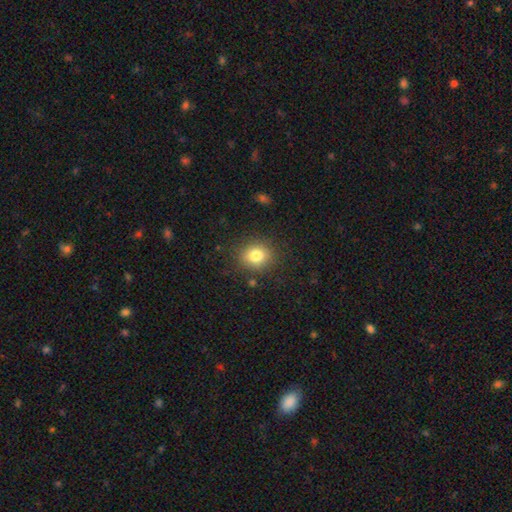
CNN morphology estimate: This is likely a smooth galaxy (72%). How rounded: likely round (79%). Merging: clearly none (90%).